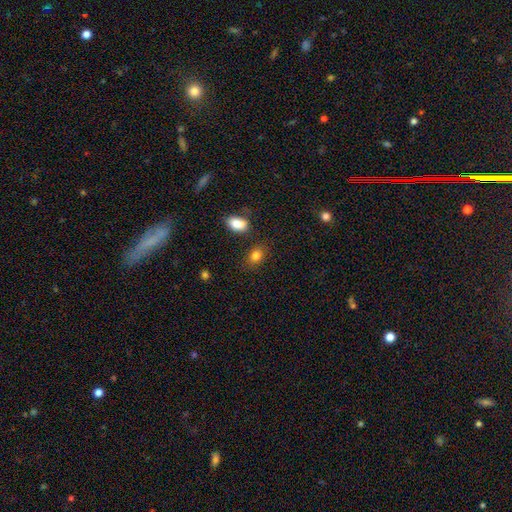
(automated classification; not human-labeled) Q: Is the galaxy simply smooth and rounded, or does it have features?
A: smooth — 83%.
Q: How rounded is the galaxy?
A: in between — 75%.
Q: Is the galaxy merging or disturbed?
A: none — 77%.